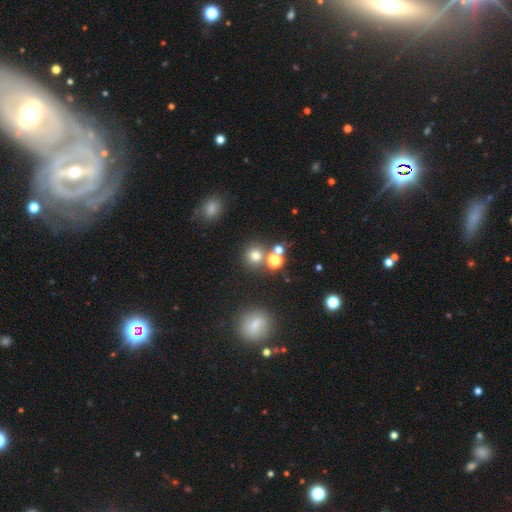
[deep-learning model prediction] Smooth or featured?
  - smooth: 70% *
  - star or artifact: 20%
  - featured or disk: 9%
How rounded?
  - round: 89% *
  - in between: 10%
  - cigar-shaped: 1%
Merging?
  - none: 71% *
  - merger: 17%
  - minor disturbance: 8%
  - major disturbance: 4%